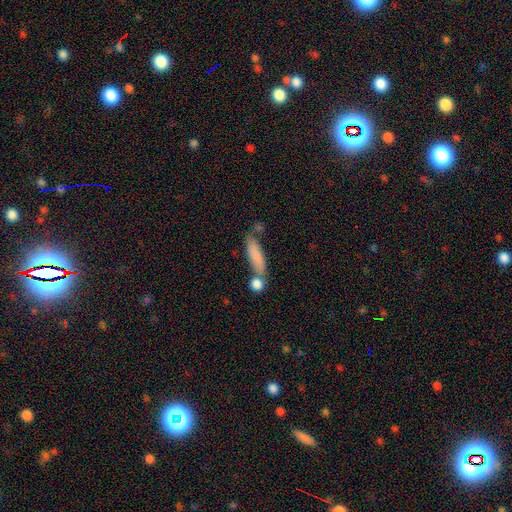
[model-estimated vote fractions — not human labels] Smooth or featured? smooth (79%)
How rounded? cigar-shaped (61%)
Merging? none (54%)